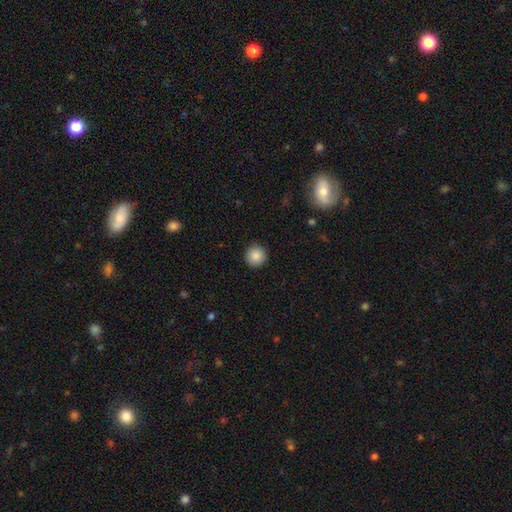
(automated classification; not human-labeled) Q: Smooth or featured?
A: smooth (88%); runner-up: star or artifact (8%)
Q: How rounded?
A: round (95%); runner-up: in between (4%)
Q: Merging?
A: none (92%); runner-up: minor disturbance (5%)